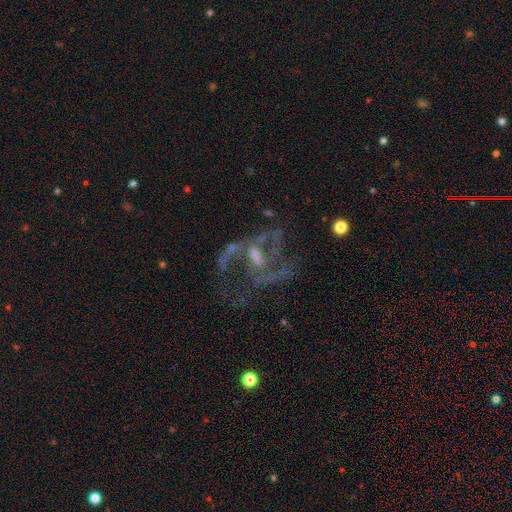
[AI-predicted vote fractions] Smooth or featured: featured or disk — 79% (star or artifact — 12%)
Edge-on disk: no — 96% (yes — 4%)
Bar: weak — 44% (no — 38%)
Spiral arms: yes — 69% (no — 31%)
Spiral winding: loose — 47% (medium — 41%)
Spiral arm count: 2 — 52% (can't tell — 23%)
Bulge size: moderate — 39% (small — 35%)
Merging: none — 42% (major disturbance — 36%)